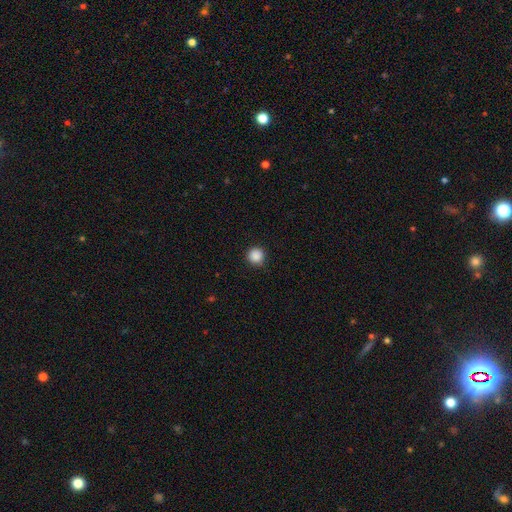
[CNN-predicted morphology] A smooth galaxy with no disk features (88%) that is round (95%).

Vote fractions:
- Smooth or featured? smooth: 88% / star or artifact: 10% / featured or disk: 2%
- How rounded? round: 95% / in between: 4% / cigar-shaped: 1%
- Merging? none: 91% / minor disturbance: 7% / major disturbance: 2% / merger: 1%